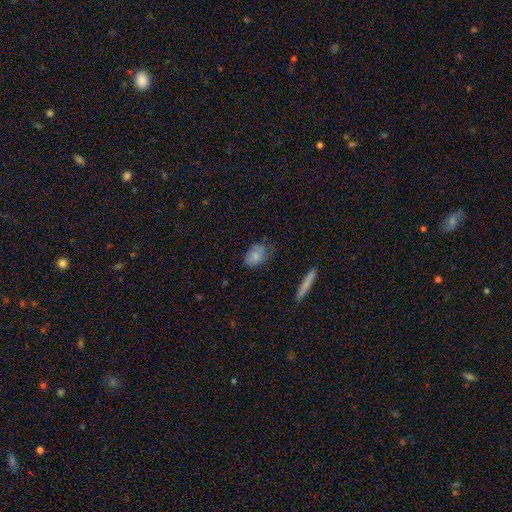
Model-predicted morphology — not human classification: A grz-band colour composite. It shows a smooth galaxy with no disk features (77%) that is in between round and cigar-shaped (82%). Merging: none (61%).